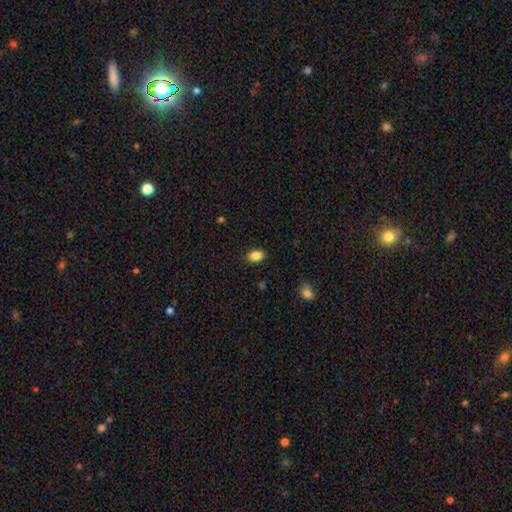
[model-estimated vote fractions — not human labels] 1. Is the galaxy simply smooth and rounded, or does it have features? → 86% smooth, 9% star or artifact, 4% featured or disk.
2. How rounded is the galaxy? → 84% in between, 14% round, 2% cigar-shaped.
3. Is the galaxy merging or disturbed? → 87% none, 9% minor disturbance, 2% major disturbance, 1% merger.